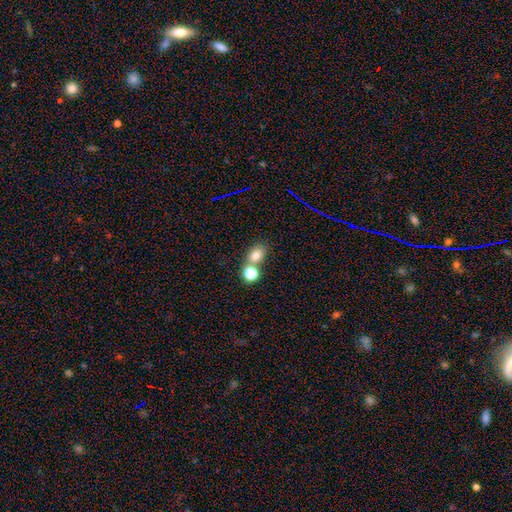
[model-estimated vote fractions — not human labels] Morphology: type=smooth (77%); roundness=in between (62%); merging=none (51%).